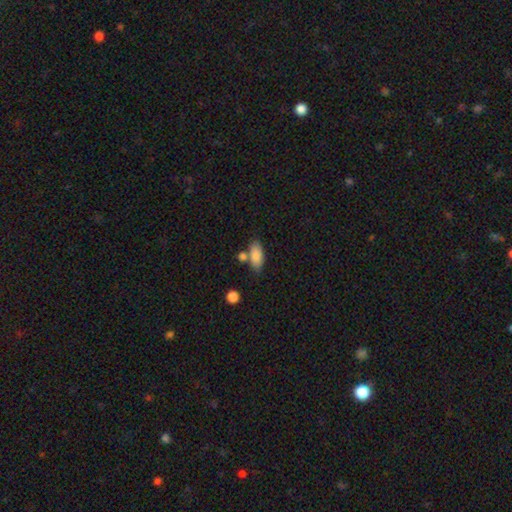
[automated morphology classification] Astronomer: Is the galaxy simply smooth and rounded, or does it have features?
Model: smooth — 85%.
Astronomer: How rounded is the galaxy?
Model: in between — 86%.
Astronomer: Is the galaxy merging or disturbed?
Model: none — 63%.